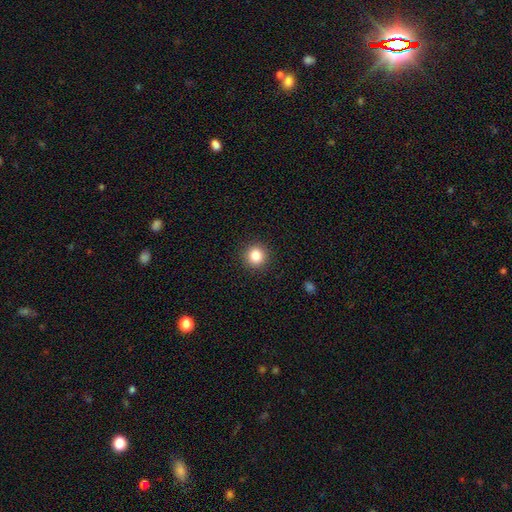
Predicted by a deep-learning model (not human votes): A smooth galaxy with no disk features (85%) that is round (93%). Merging: none (91%).